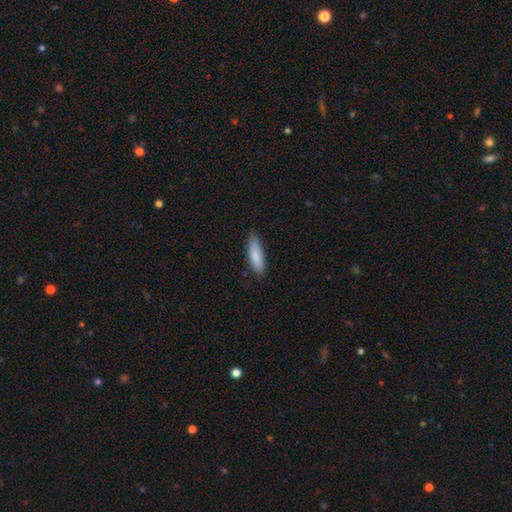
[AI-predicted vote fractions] This appears to be a smooth galaxy with no disk features (84%) that is cigar-shaped (52%). Merging: none (81%).